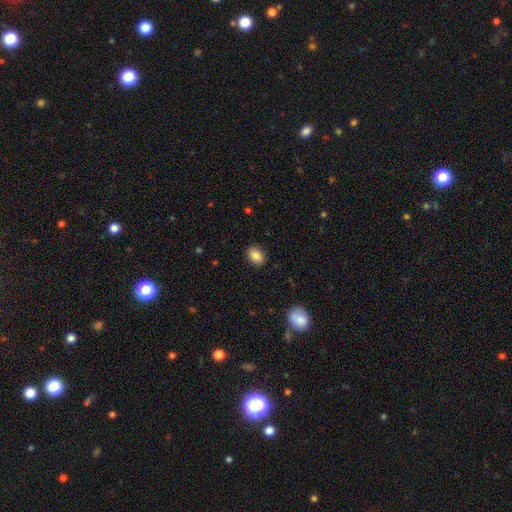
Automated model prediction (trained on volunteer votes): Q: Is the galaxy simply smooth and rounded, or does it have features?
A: smooth — 87%.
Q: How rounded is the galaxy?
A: in between — 59%.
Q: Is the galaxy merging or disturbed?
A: none — 89%.